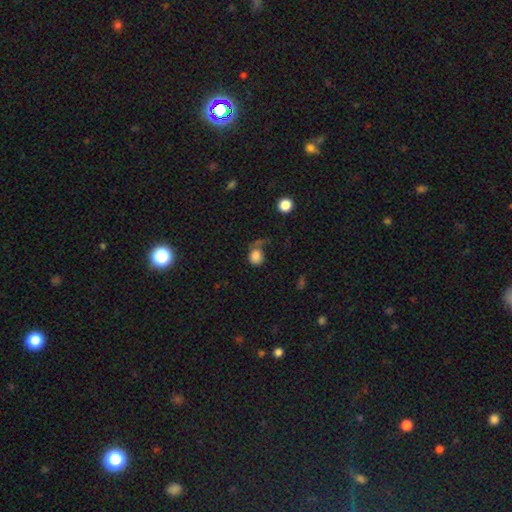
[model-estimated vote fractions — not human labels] Smooth or featured? smooth (81%)
How rounded? round (73%)
Merging? none (44%)